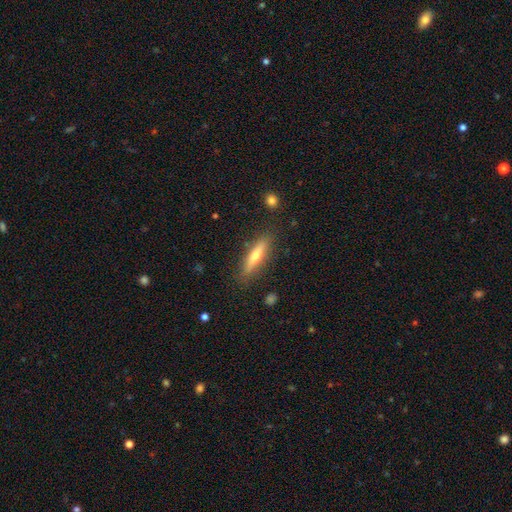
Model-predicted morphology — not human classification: The model was most divided on "smooth or featured": smooth: 48%, featured or disk: 45%, star or artifact: 7%. More confident: merging — none (86%).